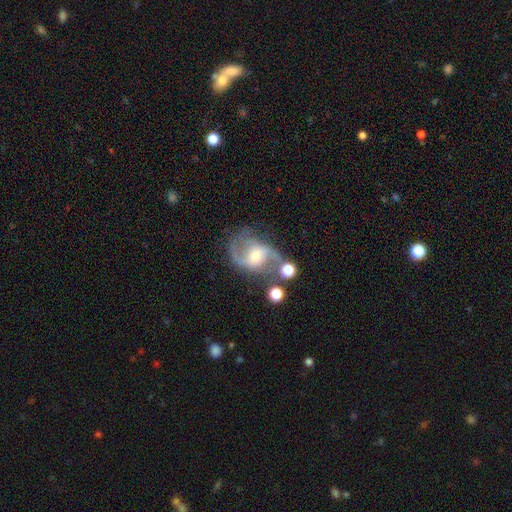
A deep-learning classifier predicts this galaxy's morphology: type=featured or disk (85%); edge-on=no (97%); bar=weak (41%); spiral arms=yes (95%); winding=medium (47%); arm count=2 (87%); bulge=moderate (48%); merging=none (55%).